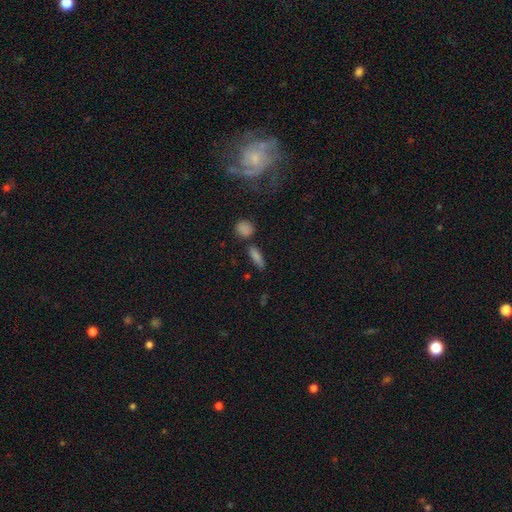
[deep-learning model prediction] Morphology: type=smooth (61%); roundness=cigar-shaped (51%); merging=none (67%).